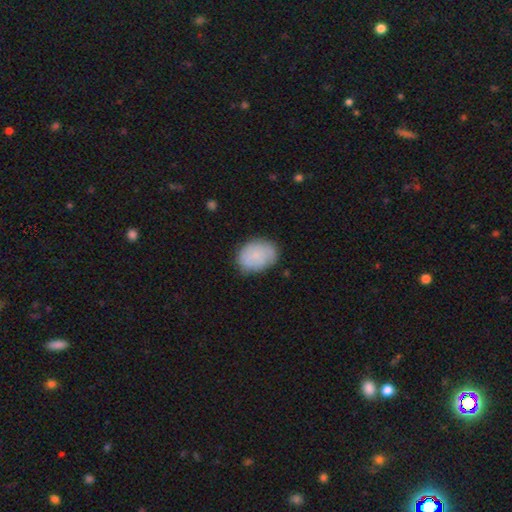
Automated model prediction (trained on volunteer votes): Smooth or featured? smooth (69%)
How rounded? in between (68%)
Merging? none (73%)